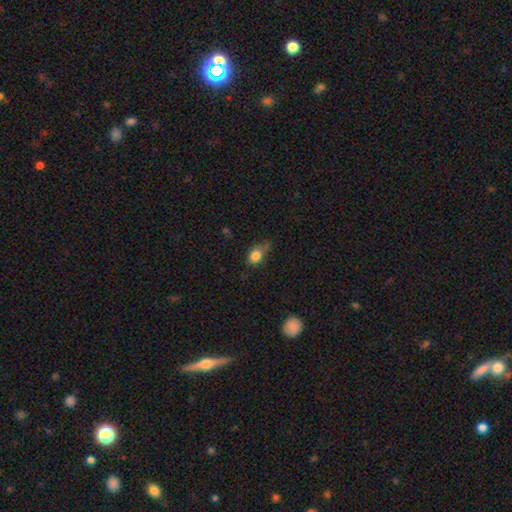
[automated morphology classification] Smooth or featured: smooth — 81% (star or artifact — 10%)
How rounded: in between — 59% (round — 38%)
Merging: minor disturbance — 40% (none — 32%)